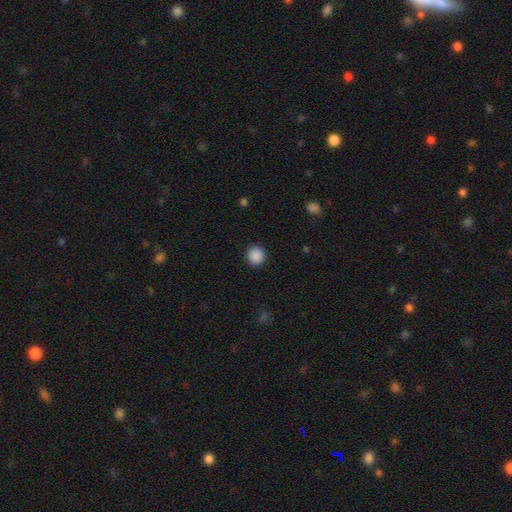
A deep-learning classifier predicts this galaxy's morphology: Overall: smooth (89%). How rounded: round (94%). Merging: none (92%).